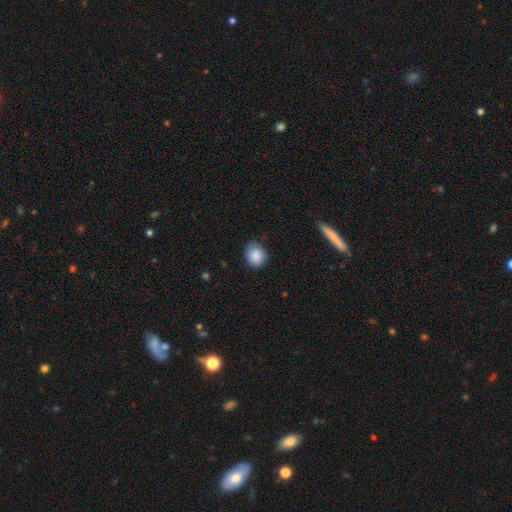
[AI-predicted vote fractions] A smooth galaxy with no disk features (87%) that is round (65%). Merging: none (73%).